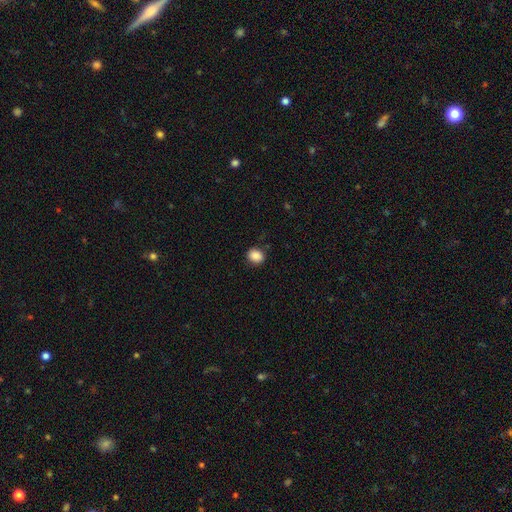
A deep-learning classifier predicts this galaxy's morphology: This appears to be a smooth galaxy with no disk features (87%) that is round (56%). Merging: none (88%).